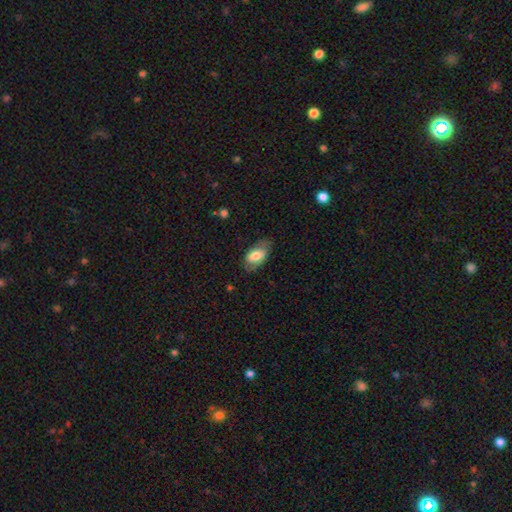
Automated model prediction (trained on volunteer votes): smooth-or-featured: smooth: 66% | featured or disk: 28% | star or artifact: 6%
  how-rounded: in between: 92% | round: 4% | cigar-shaped: 4%
  merging: none: 68% | minor disturbance: 22% | major disturbance: 9% | merger: 1%